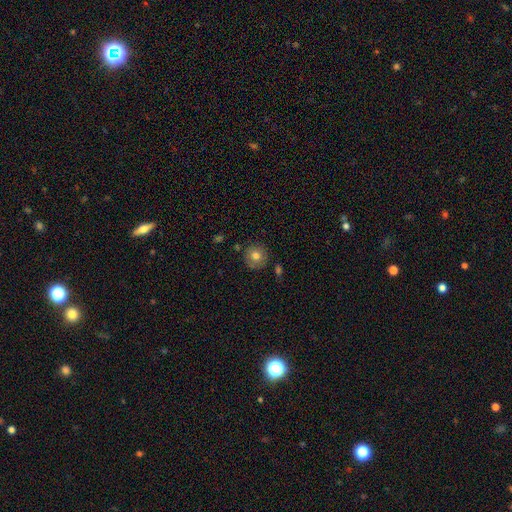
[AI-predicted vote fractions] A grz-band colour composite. It shows a smooth galaxy with no disk features (73%) that is round (93%). Merging: none (83%).